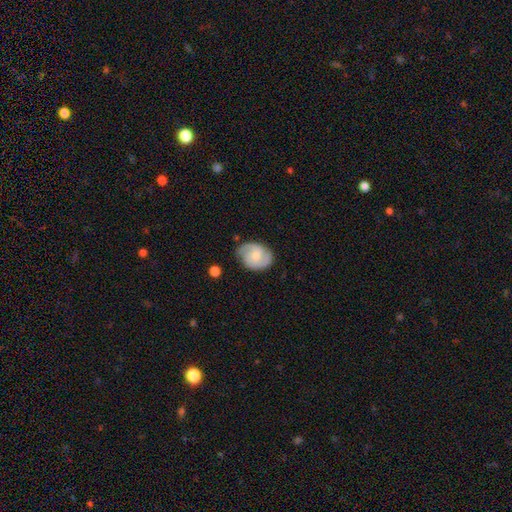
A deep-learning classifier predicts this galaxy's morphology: A featured or disk galaxy (60%) with no bar (66%), 2 (76%) medium (45%) spiral arms (89%) and a small central bulge (51%).

Vote fractions:
- Smooth or featured? featured or disk: 60% / smooth: 34% / star or artifact: 7%
- Edge-on disk? no: 97% / yes: 3%
- Bar? no: 66% / weak: 29% / strong: 5%
- Spiral arms? yes: 89% / no: 11%
- Spiral winding? medium: 45% / tight: 38% / loose: 17%
- Spiral arm count? 2: 76% / can't tell: 12% / 3: 6% / 1: 3% / 4: 1% / more than 4: 1%
- Bulge size? small: 51% / moderate: 44% / none: 3% / large: 2% / dominant: 1%
- Merging? none: 69% / minor disturbance: 23% / major disturbance: 6% / merger: 2%